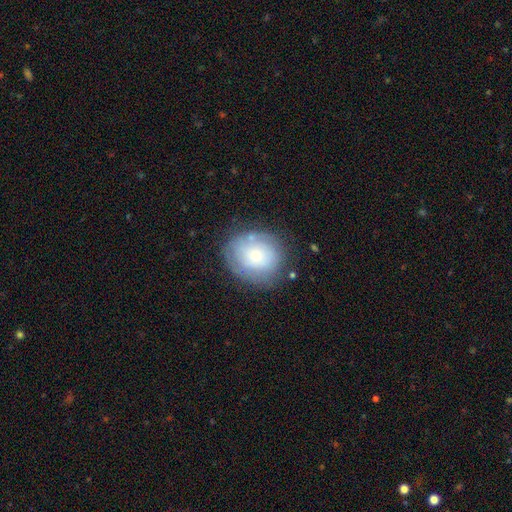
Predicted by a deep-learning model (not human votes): Smooth or featured? Predicted: smooth (p=0.50). How rounded? Predicted: round (p=0.70). Merging? Predicted: none (p=0.71).